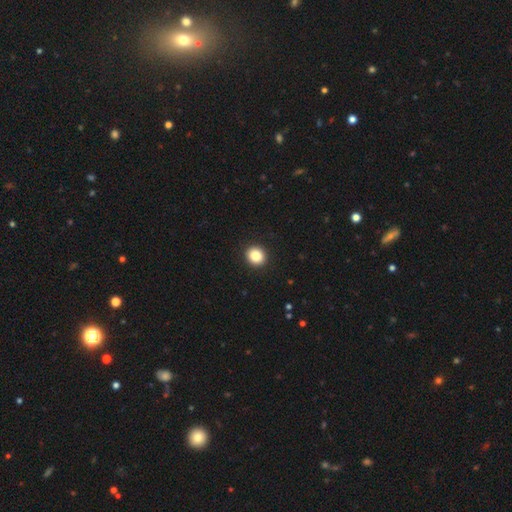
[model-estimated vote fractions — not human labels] Smooth or featured: smooth — 87% (star or artifact — 9%)
How rounded: round — 81% (in between — 18%)
Merging: none — 92% (minor disturbance — 5%)